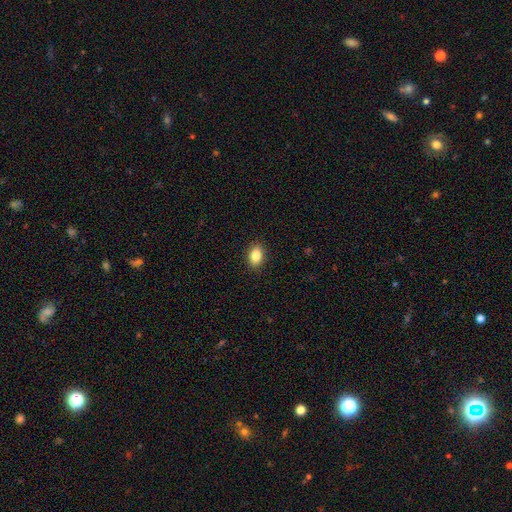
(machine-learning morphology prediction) Smooth or featured? Predicted: smooth (p=0.86). How rounded? Predicted: in between (p=0.85). Merging? Predicted: none (p=0.89).